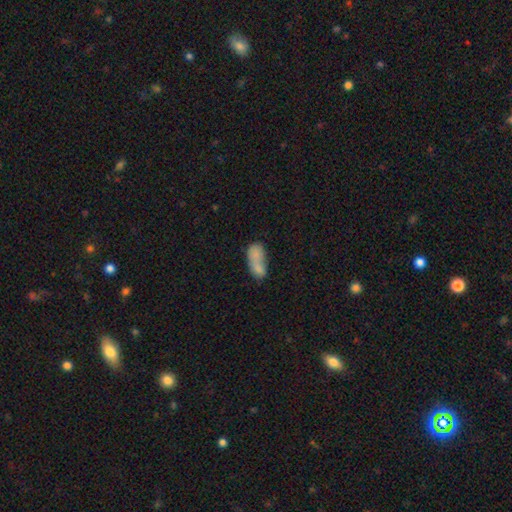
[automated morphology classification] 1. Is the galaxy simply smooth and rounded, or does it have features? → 74% smooth, 17% featured or disk, 9% star or artifact.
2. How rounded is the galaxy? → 85% in between, 9% cigar-shaped, 6% round.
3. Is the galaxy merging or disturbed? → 44% merger, 27% none, 17% minor disturbance, 12% major disturbance.